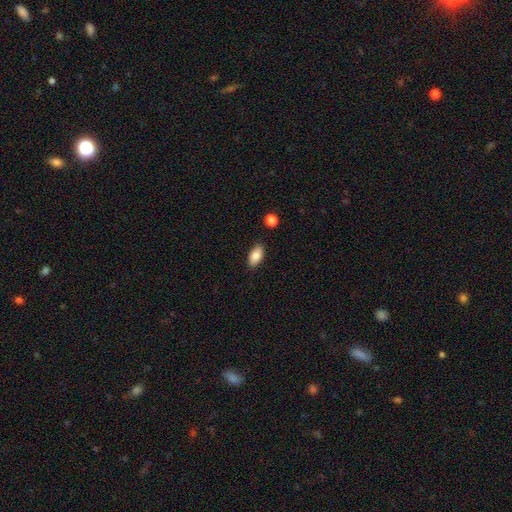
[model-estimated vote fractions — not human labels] Smooth or featured: smooth — 86% (star or artifact — 7%)
How rounded: in between — 93% (round — 4%)
Merging: none — 86% (minor disturbance — 10%)